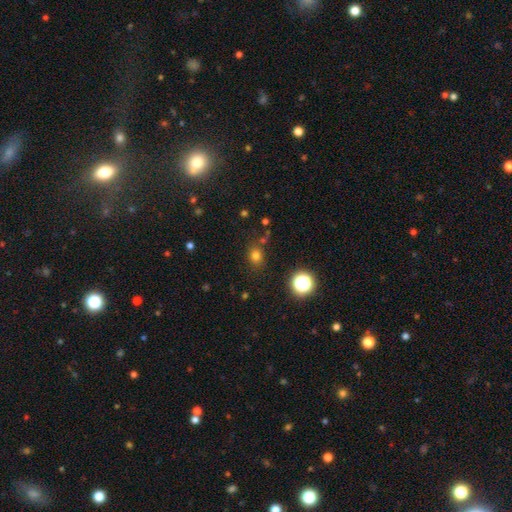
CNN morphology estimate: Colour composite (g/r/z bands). It shows a smooth galaxy with no disk features (74%) that is round (67%). Merging: none (79%).